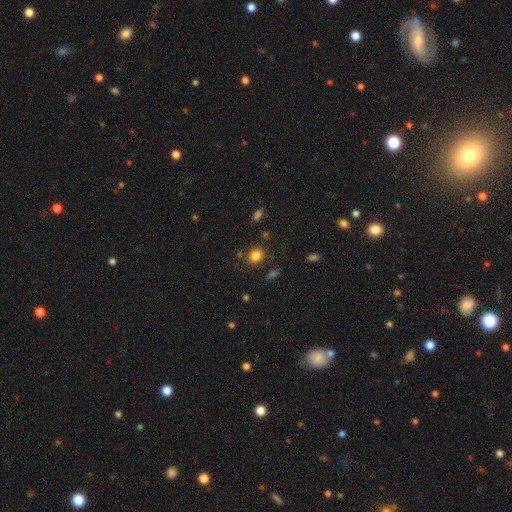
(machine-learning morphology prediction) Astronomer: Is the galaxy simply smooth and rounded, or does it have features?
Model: smooth — 82%.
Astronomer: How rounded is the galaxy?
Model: round — 66%.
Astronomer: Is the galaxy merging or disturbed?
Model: none — 81%.